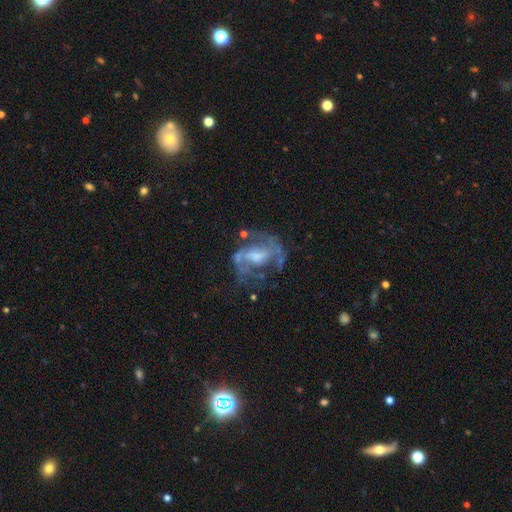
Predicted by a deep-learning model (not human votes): The model was most divided on "bar" (2-way tie): weak: 42%, no: 42%, strong: 17%. Remaining: edge-on disk — no (97%); smooth or featured — featured or disk (78%); spiral arms — yes (75%); spiral arm count — 2 (60%); merging — none (51%); spiral winding — medium (47%); bulge size — moderate (43%).